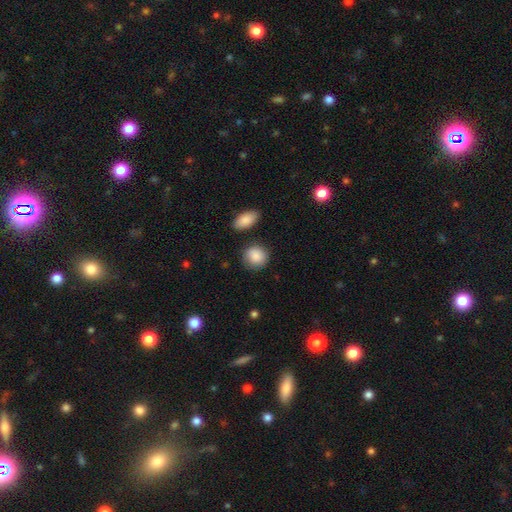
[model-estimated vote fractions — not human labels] smooth_or_featured: smooth (p=0.88) [alt: star or artifact p=0.07]
how_rounded: round (p=0.82) [alt: in between p=0.17]
merging: none (p=0.79) [alt: minor disturbance p=0.13]